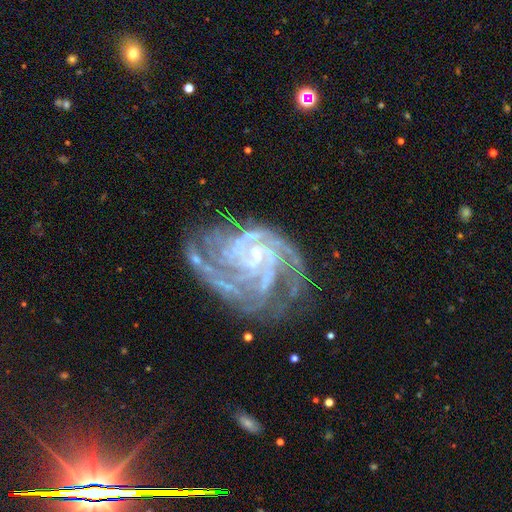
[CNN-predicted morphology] Smooth or featured: featured or disk — 89% (star or artifact — 7%)
Edge-on disk: no — 98% (yes — 2%)
Bar: no — 55% (weak — 35%)
Spiral arms: yes — 97% (no — 3%)
Spiral winding: tight — 63% (medium — 31%)
Spiral arm count: 4 — 23% (can't tell — 22%)
Bulge size: small — 63% (moderate — 21%)
Merging: none — 59% (minor disturbance — 21%)